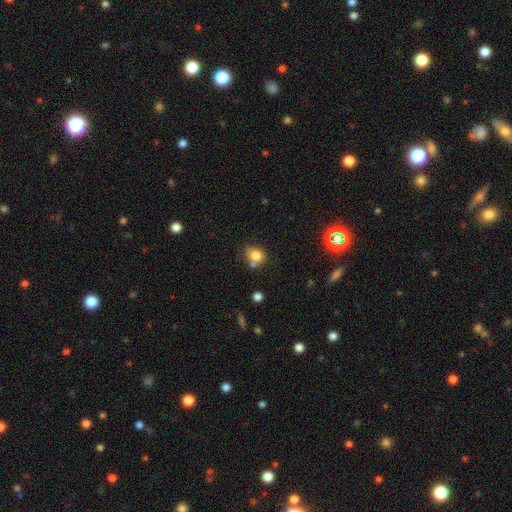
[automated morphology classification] The model was most divided on "how rounded": round: 63%, in between: 36%, cigar-shaped: 1%. More confident: smooth or featured — smooth (79%); merging — none (55%).